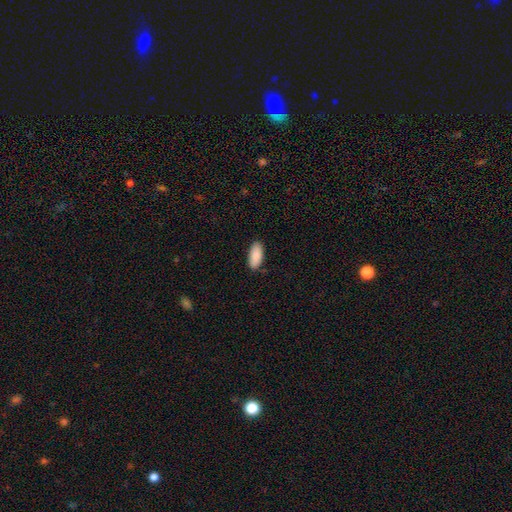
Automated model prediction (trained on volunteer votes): smooth_or_featured: smooth (p=0.90) [alt: star or artifact p=0.06]
how_rounded: in between (p=0.89) [alt: cigar-shaped p=0.10]
merging: none (p=0.87) [alt: minor disturbance p=0.10]